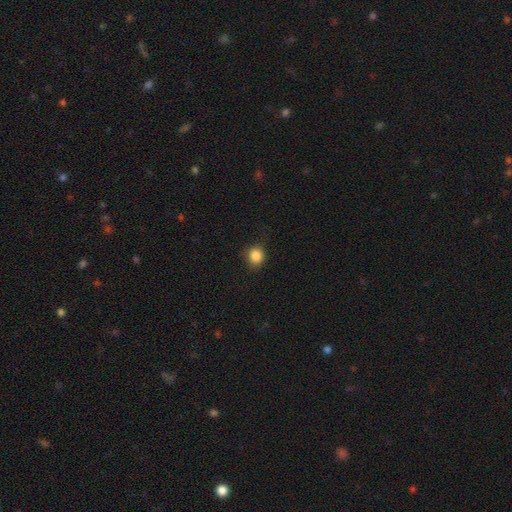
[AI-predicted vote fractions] Smooth or featured?
  - smooth: 86% *
  - star or artifact: 10%
  - featured or disk: 4%
How rounded?
  - round: 76% *
  - in between: 23%
  - cigar-shaped: 1%
Merging?
  - none: 82% *
  - minor disturbance: 13%
  - major disturbance: 3%
  - merger: 1%